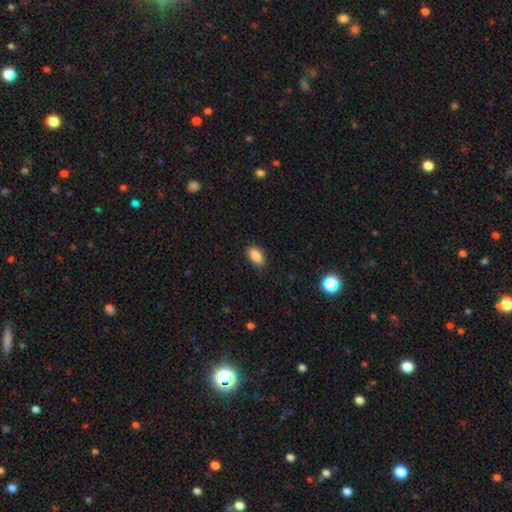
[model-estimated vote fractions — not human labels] Q: Smooth or featured?
A: smooth (88%); runner-up: star or artifact (8%)
Q: How rounded?
A: in between (92%); runner-up: round (5%)
Q: Merging?
A: none (87%); runner-up: minor disturbance (10%)